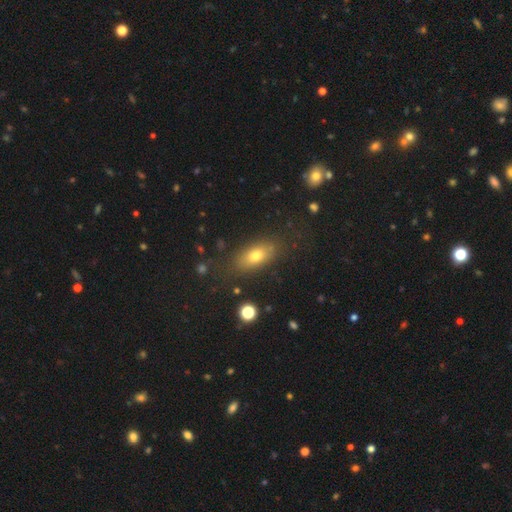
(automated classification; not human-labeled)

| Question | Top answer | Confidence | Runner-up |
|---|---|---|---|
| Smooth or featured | smooth | 70% | featured or disk (19%) |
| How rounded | in between | 78% | cigar-shaped (14%) |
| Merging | none | 79% | minor disturbance (13%) |